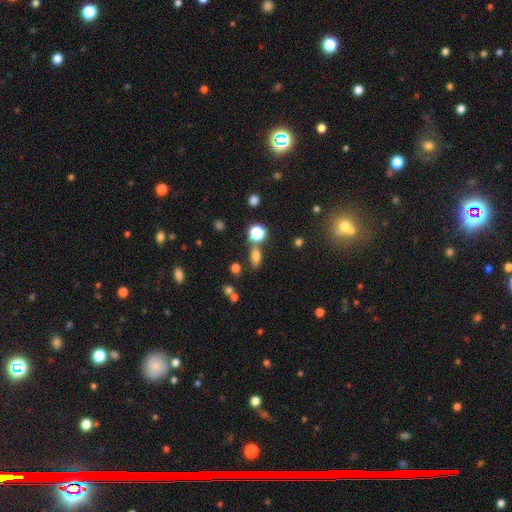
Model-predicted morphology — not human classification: smooth-or-featured: smooth: 71% | star or artifact: 18% | featured or disk: 11%
  how-rounded: in between: 72% | round: 18% | cigar-shaped: 10%
  merging: none: 68% | merger: 14% | minor disturbance: 13% | major disturbance: 5%